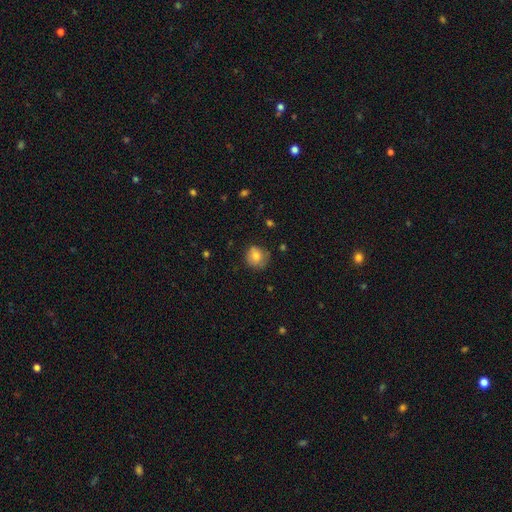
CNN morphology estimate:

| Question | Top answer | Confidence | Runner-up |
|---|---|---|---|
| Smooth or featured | smooth | 78% | featured or disk (13%) |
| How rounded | round | 78% | in between (21%) |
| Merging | none | 70% | minor disturbance (23%) |